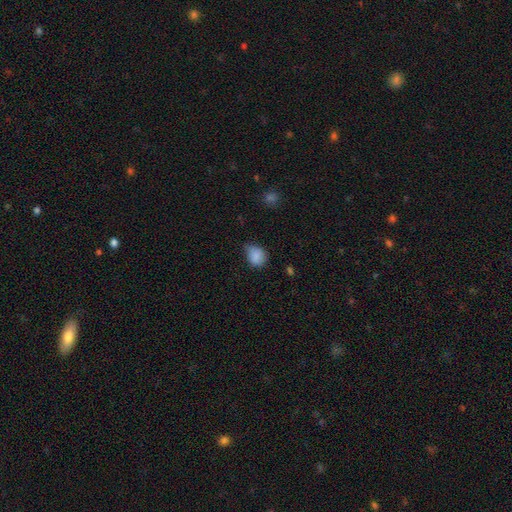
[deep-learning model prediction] Morphology: type=smooth (83%); roundness=in between (51%); merging=none (44%).